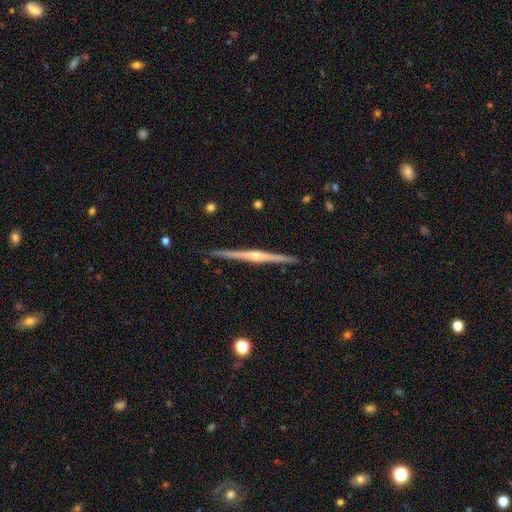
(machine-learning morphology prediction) Overall: featured or disk (83%). Edge-on disk: yes (99%). Edge-on bulge: rounded (84%). Merging: none (92%).